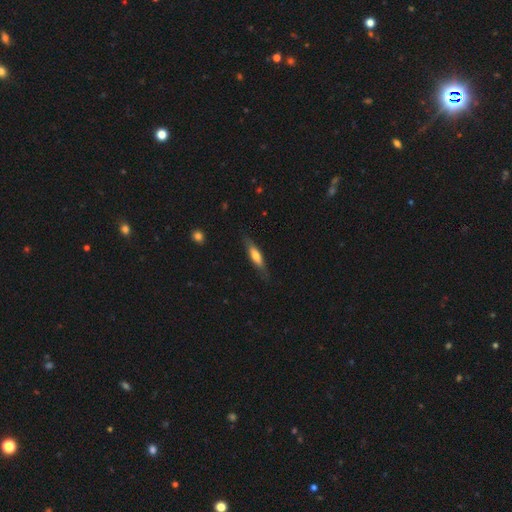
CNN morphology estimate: A smooth galaxy with no disk features (58%) that is cigar-shaped (72%).

Vote fractions:
- Smooth or featured? smooth: 58% / featured or disk: 36% / star or artifact: 6%
- How rounded? cigar-shaped: 72% / in between: 27% / round: 2%
- Merging? none: 79% / minor disturbance: 16% / major disturbance: 4% / merger: 1%